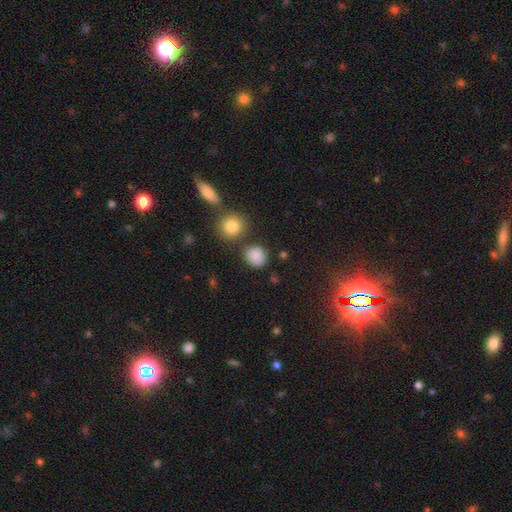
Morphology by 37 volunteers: This appears to be a smooth galaxy with no disk features (89%) that is round (73%). Merging: none (71%).